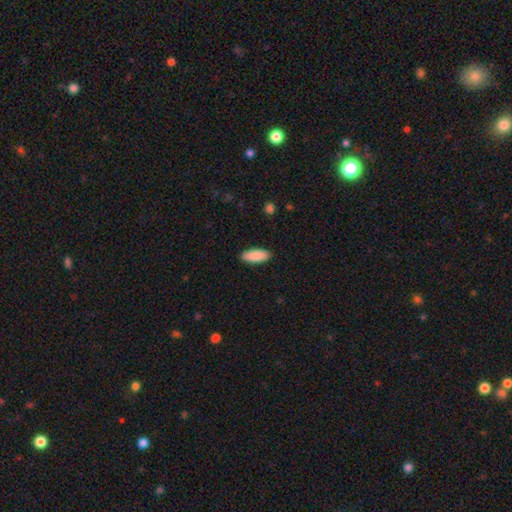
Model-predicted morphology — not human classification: smooth-or-featured: smooth: 91% | star or artifact: 6% | featured or disk: 4%
  how-rounded: in between: 78% | cigar-shaped: 20% | round: 2%
  merging: none: 90% | minor disturbance: 7% | major disturbance: 2% | merger: 1%